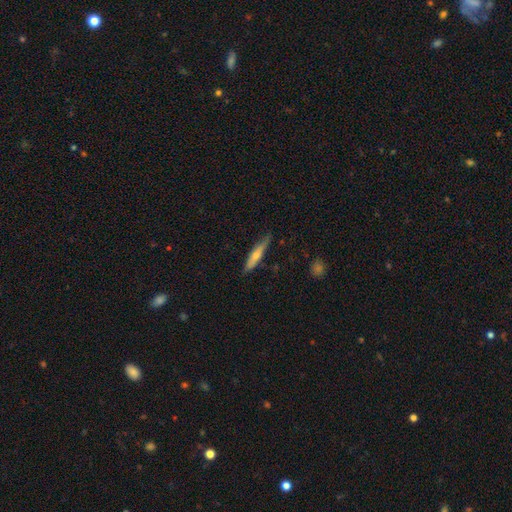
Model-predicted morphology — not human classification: type=smooth (56%); roundness=cigar-shaped (85%); merging=none (76%).